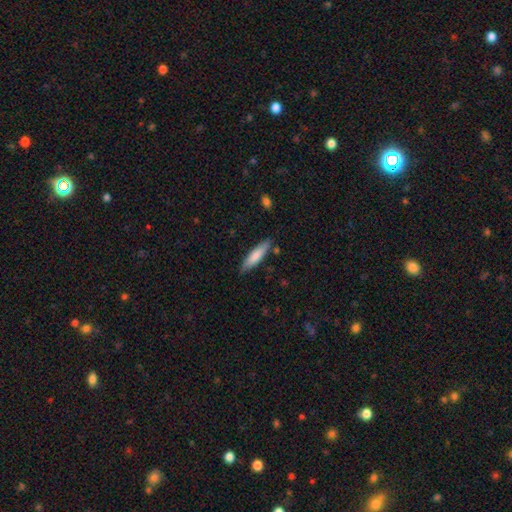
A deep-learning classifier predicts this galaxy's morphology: Smooth or featured? smooth (76%)
How rounded? cigar-shaped (75%)
Merging? none (82%)